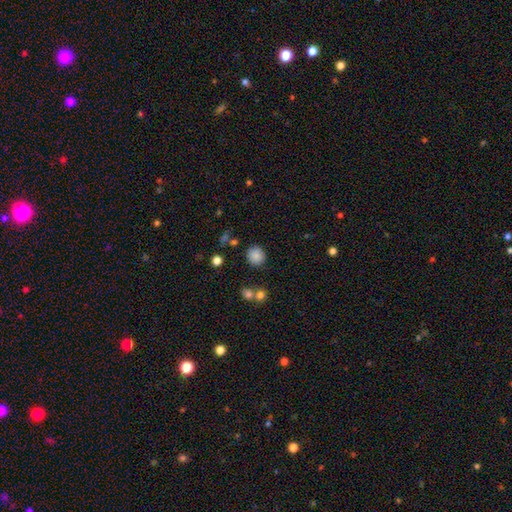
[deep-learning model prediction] A smooth galaxy with no disk features (85%) that is round (89%). Merging: none (82%).